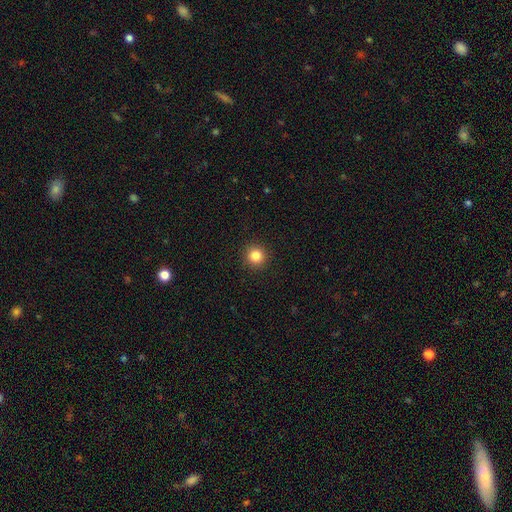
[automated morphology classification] smooth_or_featured: smooth (p=0.84) [alt: star or artifact p=0.11]
how_rounded: round (p=0.95) [alt: in between p=0.04]
merging: none (p=0.93) [alt: minor disturbance p=0.04]